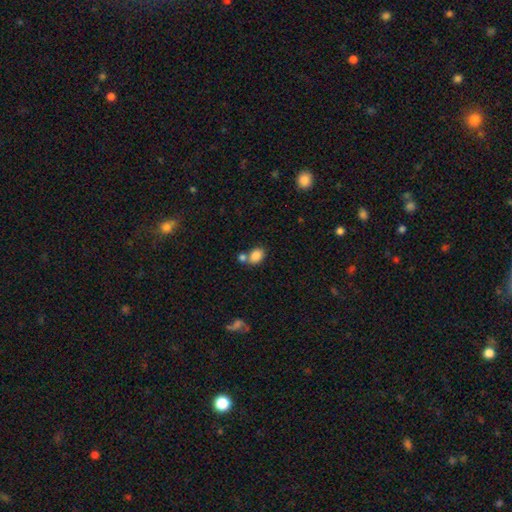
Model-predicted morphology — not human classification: A smooth galaxy with no disk features (85%) that is in between round and cigar-shaped (69%). Merging: none (49%).